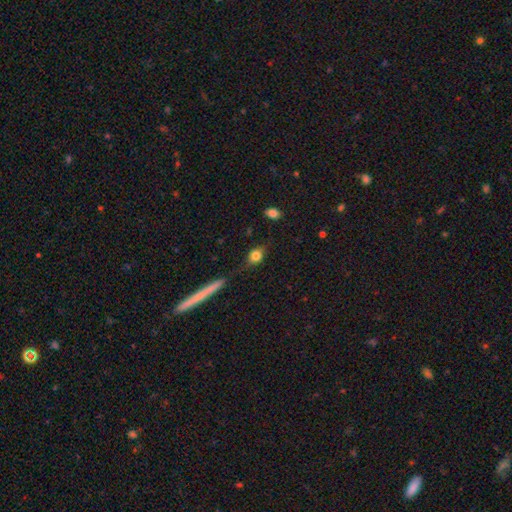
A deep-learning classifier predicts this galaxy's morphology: Smooth or featured?
  - smooth: 78% *
  - featured or disk: 13%
  - star or artifact: 9%
How rounded?
  - round: 47% *
  - in between: 44%
  - cigar-shaped: 8%
Merging?
  - none: 66% *
  - minor disturbance: 22%
  - major disturbance: 7%
  - merger: 4%